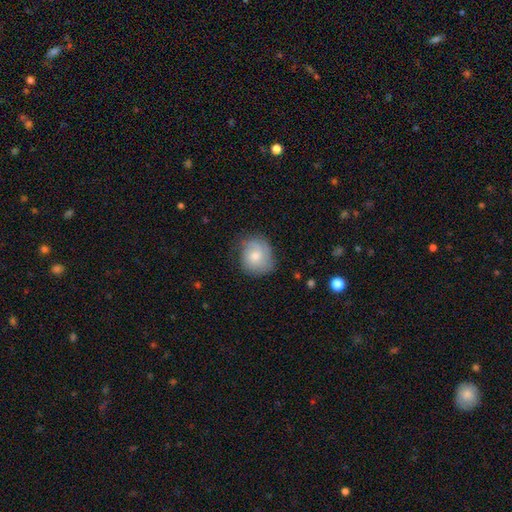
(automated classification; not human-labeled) Smooth or featured? Predicted: smooth (p=0.61). How rounded? Predicted: round (p=0.73). Merging? Predicted: none (p=0.66).